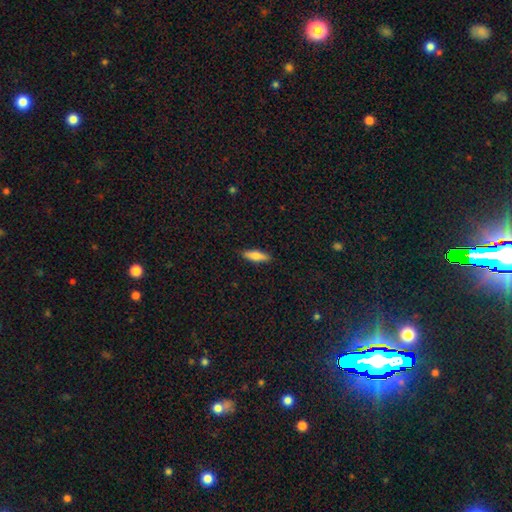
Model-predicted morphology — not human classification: The model was most divided on "how rounded": cigar-shaped: 56%, in between: 42%, round: 2%. More confident: merging — none (89%); smooth or featured — smooth (74%).